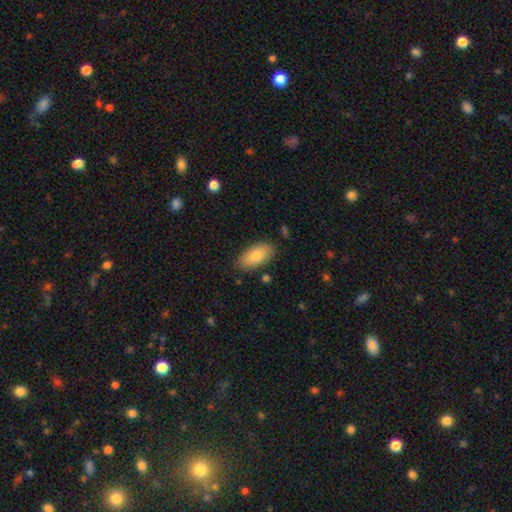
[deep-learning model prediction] A smooth galaxy with no disk features (84%) that is in between round and cigar-shaped (92%). Merging: none (84%).